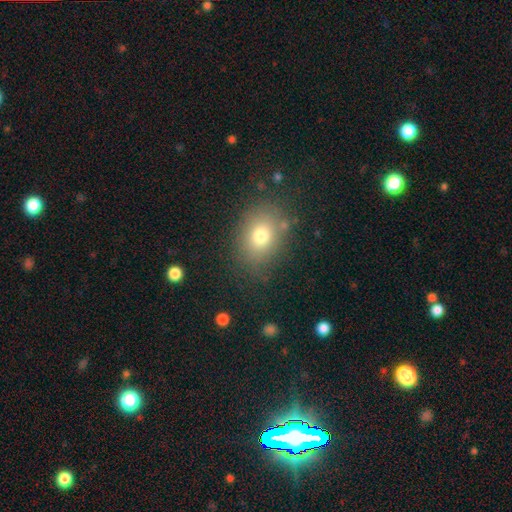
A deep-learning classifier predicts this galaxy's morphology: This appears to be a smooth galaxy with no disk features (75%) that is in between round and cigar-shaped (59%). Merging: none (80%).